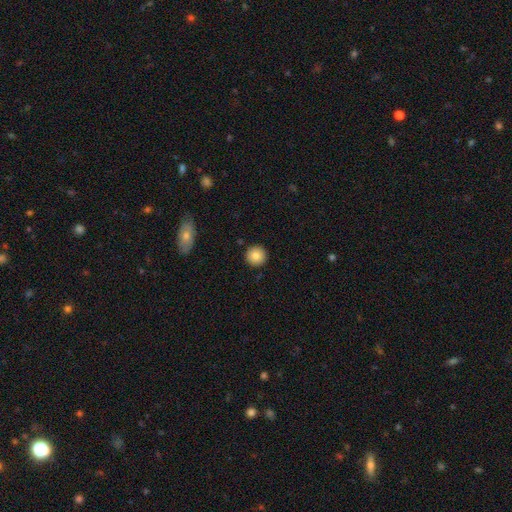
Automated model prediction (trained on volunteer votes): Smooth or featured: smooth — 84% (star or artifact — 8%)
How rounded: round — 95% (in between — 4%)
Merging: none — 91% (minor disturbance — 6%)